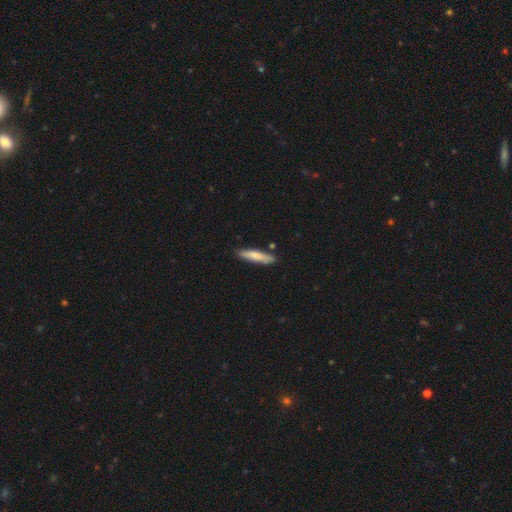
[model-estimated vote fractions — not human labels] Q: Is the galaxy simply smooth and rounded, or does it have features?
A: smooth — 77%.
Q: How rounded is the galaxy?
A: cigar-shaped — 85%.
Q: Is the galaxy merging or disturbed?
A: none — 81%.